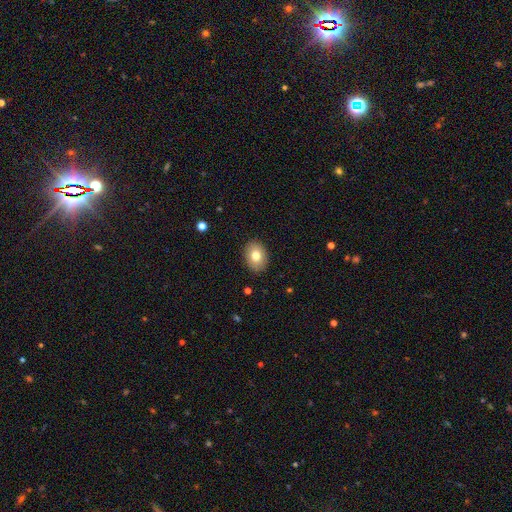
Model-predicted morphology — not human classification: smooth_or_featured: smooth (p=0.79) [alt: featured or disk p=0.12]
how_rounded: in between (p=0.68) [alt: round p=0.31]
merging: none (p=0.89) [alt: minor disturbance p=0.08]